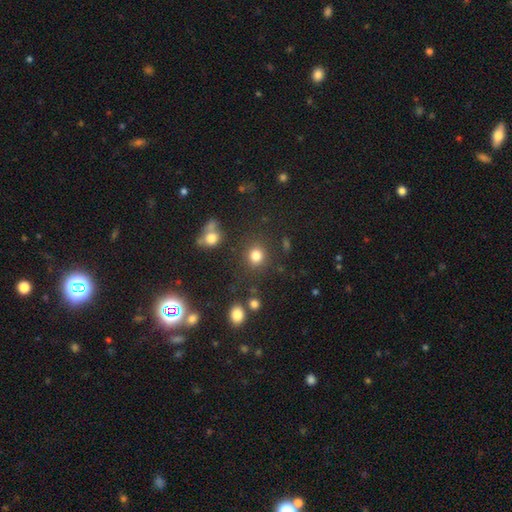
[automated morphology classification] The model was most divided on "how rounded": round: 82%, in between: 17%, cigar-shaped: 1%. More confident: merging — none (82%); smooth or featured — smooth (81%).